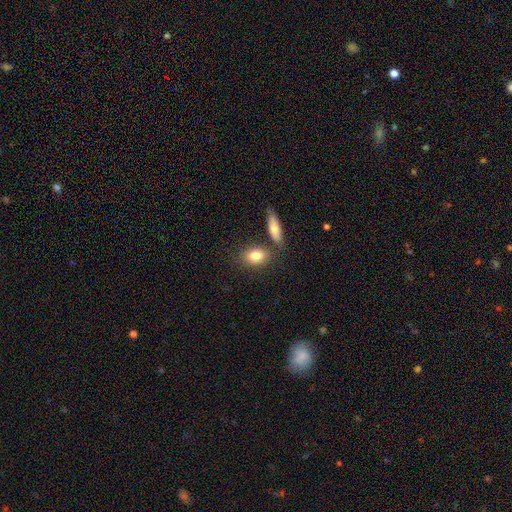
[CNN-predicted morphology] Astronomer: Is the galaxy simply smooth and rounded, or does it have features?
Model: smooth — 80%.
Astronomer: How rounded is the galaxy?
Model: in between — 77%.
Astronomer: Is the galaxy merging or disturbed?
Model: none — 67%.